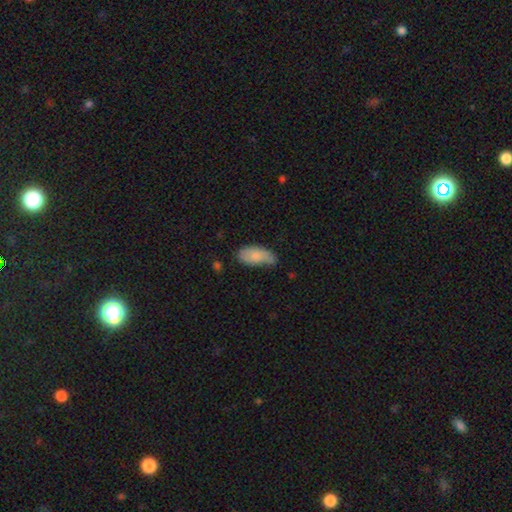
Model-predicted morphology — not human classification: The model was most divided on "merging": none: 46%, minor disturbance: 40%, major disturbance: 10%, merger: 4%. More confident: how rounded — in between (92%); smooth or featured — smooth (78%).